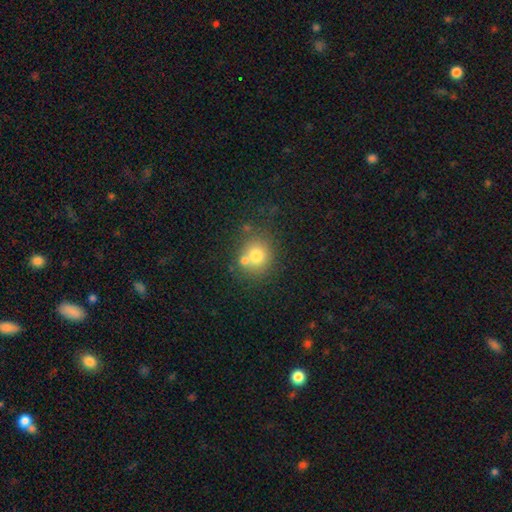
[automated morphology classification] smooth-or-featured: smooth: 73% | featured or disk: 15% | star or artifact: 12%
  how-rounded: round: 82% | in between: 17% | cigar-shaped: 1%
  merging: none: 57% | merger: 28% | minor disturbance: 11% | major disturbance: 4%